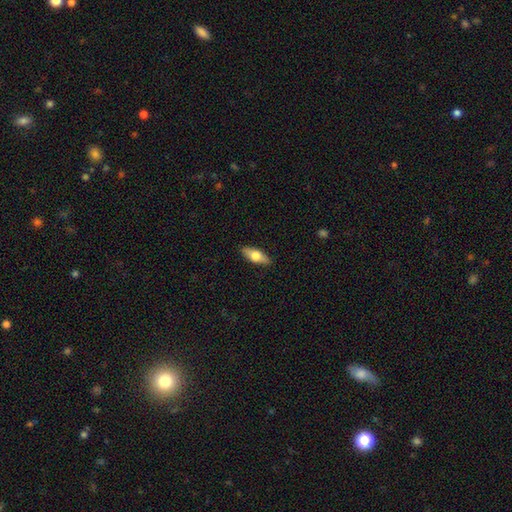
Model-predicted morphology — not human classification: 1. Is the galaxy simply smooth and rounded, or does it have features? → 62% smooth, 32% featured or disk, 6% star or artifact.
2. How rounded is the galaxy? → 70% in between, 27% cigar-shaped, 3% round.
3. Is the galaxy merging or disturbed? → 88% none, 9% minor disturbance, 2% major disturbance, 1% merger.